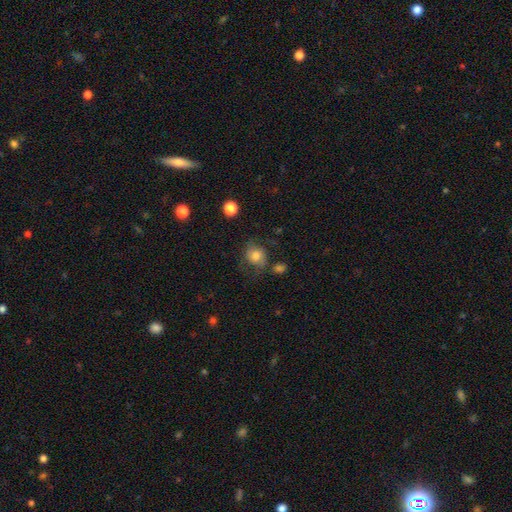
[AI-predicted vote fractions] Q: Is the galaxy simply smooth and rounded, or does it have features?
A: smooth — 67%.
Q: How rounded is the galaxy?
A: round — 72%.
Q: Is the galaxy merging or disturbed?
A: none — 56%.